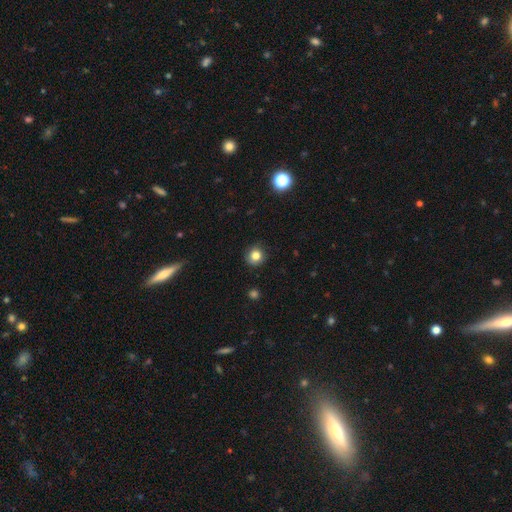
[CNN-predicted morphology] type=smooth (81%); roundness=round (90%); merging=none (88%).